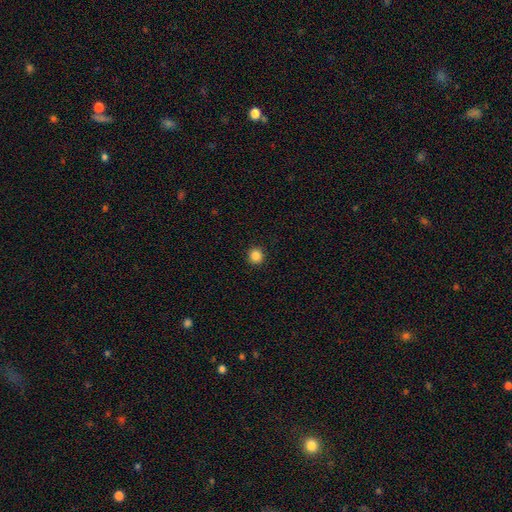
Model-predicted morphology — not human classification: Smooth or featured? Predicted: smooth (p=0.87). How rounded? Predicted: round (p=0.94). Merging? Predicted: none (p=0.93).